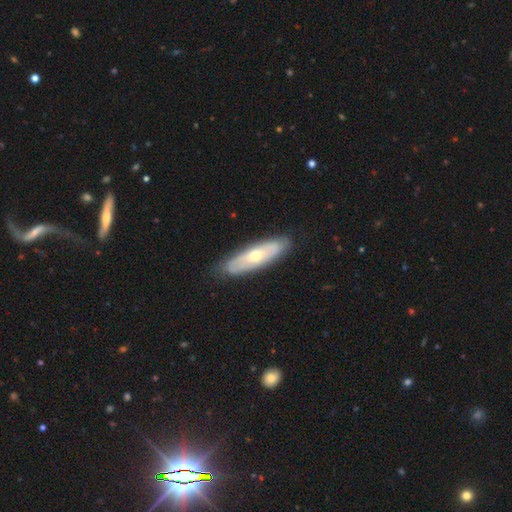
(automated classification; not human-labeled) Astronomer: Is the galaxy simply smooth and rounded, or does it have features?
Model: featured or disk — 53% (runner-up: smooth, 41%).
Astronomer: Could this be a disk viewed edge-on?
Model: no — 63%.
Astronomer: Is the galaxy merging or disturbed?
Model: none — 84%.